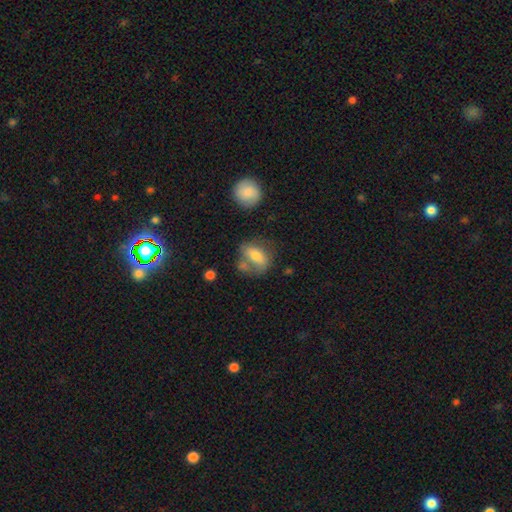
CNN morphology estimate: type=smooth (65%); roundness=in between (74%); merging=none (47%).